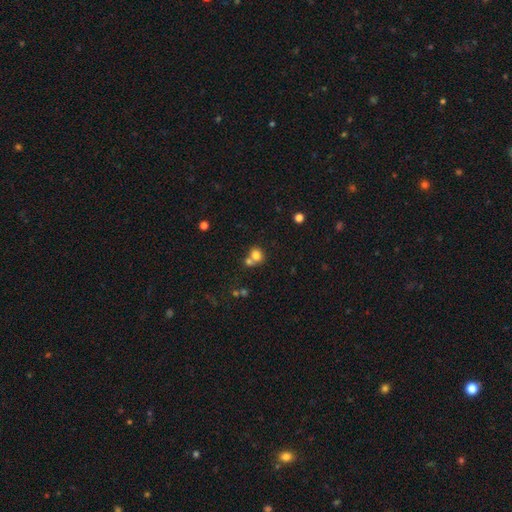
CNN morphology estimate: type=smooth (77%); roundness=round (74%); merging=merger (46%).